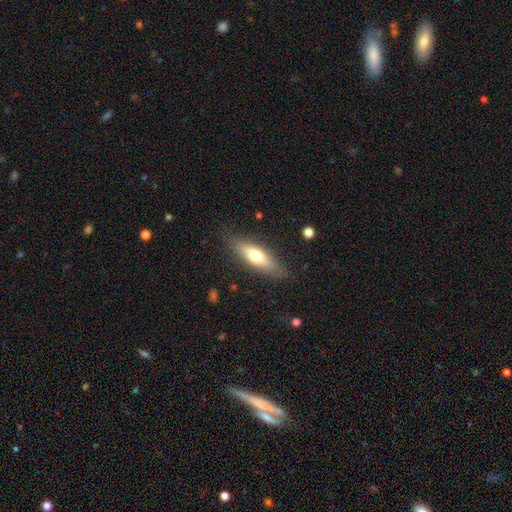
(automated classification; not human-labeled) This appears to be a smooth galaxy with no disk features (62%) that is cigar-shaped (54%). Merging: none (84%).